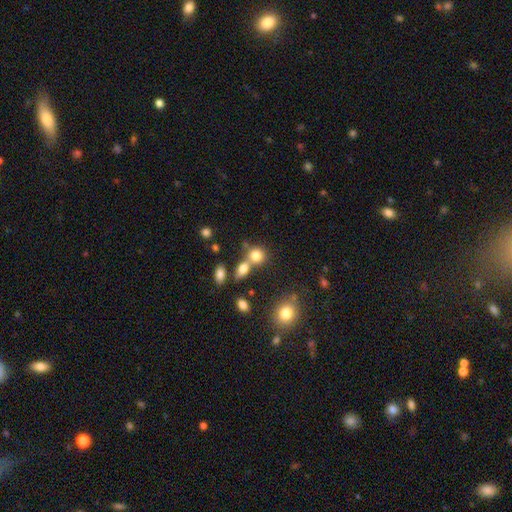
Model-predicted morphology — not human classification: A smooth galaxy with no disk features (79%) that is round (75%). Merging: none (49%).